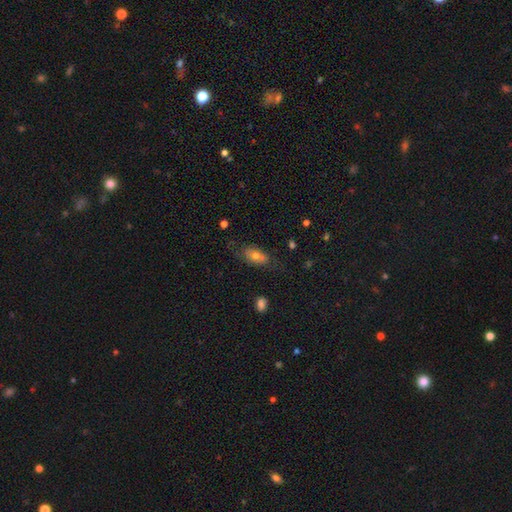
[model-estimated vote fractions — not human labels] Morphology: type=smooth (57%); roundness=in between (84%); merging=none (64%).